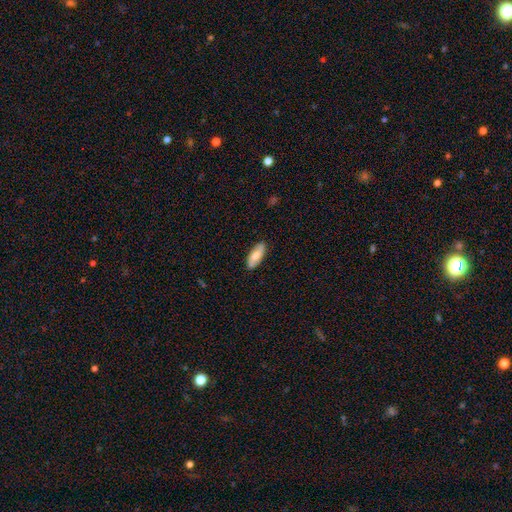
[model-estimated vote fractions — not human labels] The model was most divided on "smooth or featured": smooth: 64%, featured or disk: 30%, star or artifact: 6%. More confident: merging — none (86%); how rounded — in between (74%).